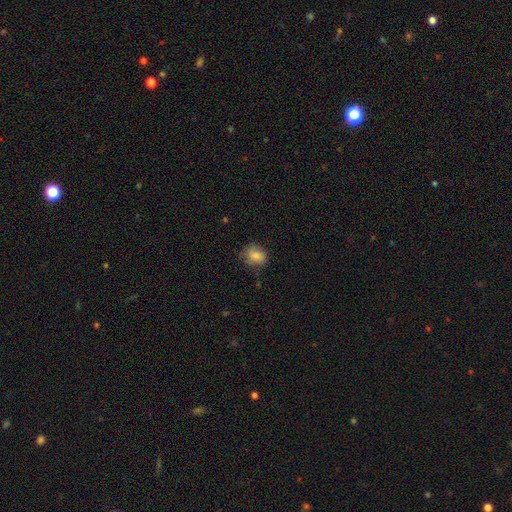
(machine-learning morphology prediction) Smooth or featured? smooth (81%)
How rounded? round (50%)
Merging? none (68%)